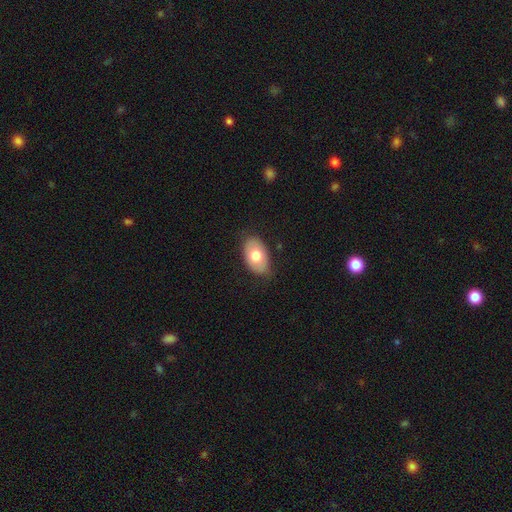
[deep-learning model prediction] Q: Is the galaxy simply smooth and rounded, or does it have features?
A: smooth — 72%.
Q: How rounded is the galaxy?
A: in between — 91%.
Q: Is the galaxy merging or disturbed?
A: none — 80%.